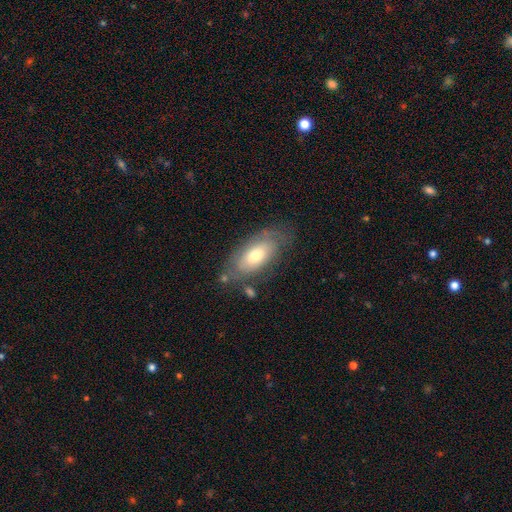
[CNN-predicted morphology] Smooth or featured? Predicted: smooth (p=0.57). How rounded? Predicted: in between (p=0.89). Merging? Predicted: none (p=0.68).